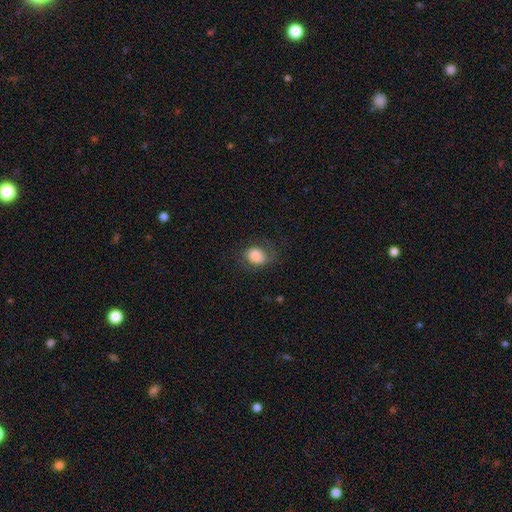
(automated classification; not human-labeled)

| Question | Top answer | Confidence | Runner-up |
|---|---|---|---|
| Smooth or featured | smooth | 73% | featured or disk (19%) |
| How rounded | in between | 50% | round (49%) |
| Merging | none | 62% | minor disturbance (22%) |